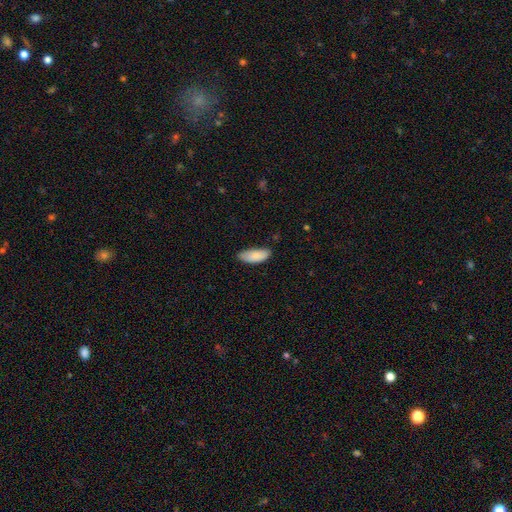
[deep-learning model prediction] Smooth or featured?
  - smooth: 86% *
  - featured or disk: 8%
  - star or artifact: 6%
How rounded?
  - in between: 83% *
  - cigar-shaped: 16%
  - round: 2%
Merging?
  - none: 68% *
  - minor disturbance: 27%
  - major disturbance: 4%
  - merger: 2%